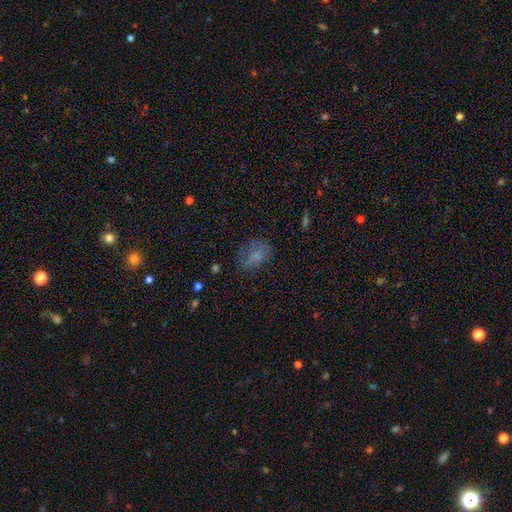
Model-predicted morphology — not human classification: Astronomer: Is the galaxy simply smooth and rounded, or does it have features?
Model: smooth — 68%.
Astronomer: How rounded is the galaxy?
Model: in between — 82%.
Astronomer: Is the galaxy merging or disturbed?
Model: none — 63%.